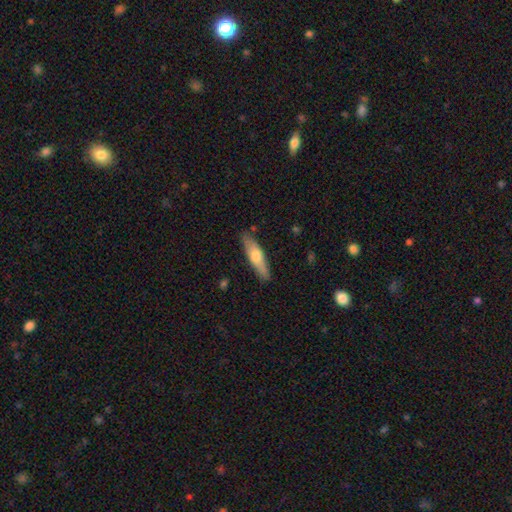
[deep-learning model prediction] Morphology: type=smooth (58%); roundness=cigar-shaped (70%); merging=none (85%).